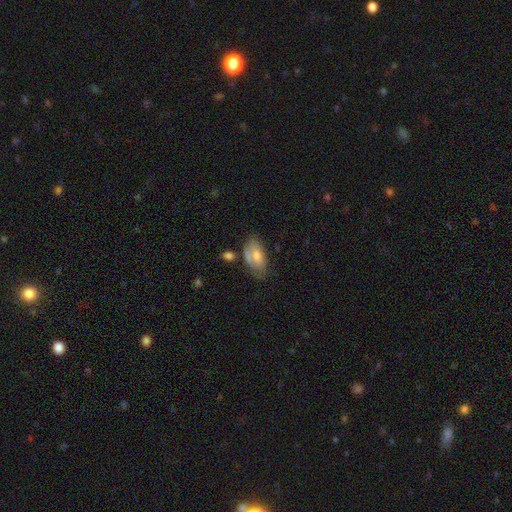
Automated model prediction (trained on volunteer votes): A smooth galaxy with no disk features (64%) that is in between round and cigar-shaped (92%). Merging: none (54%).